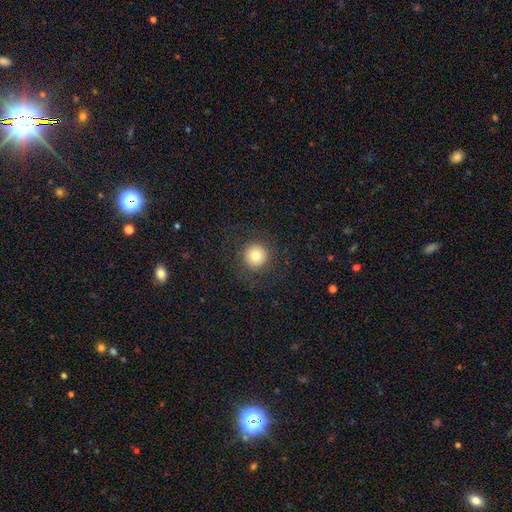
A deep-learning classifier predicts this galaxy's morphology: Smooth or featured? smooth (78%)
How rounded? round (95%)
Merging? none (87%)